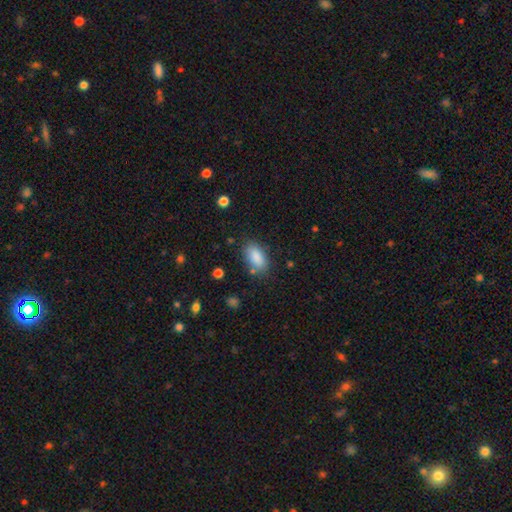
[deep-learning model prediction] Smooth or featured? smooth (88%)
How rounded? in between (91%)
Merging? none (80%)